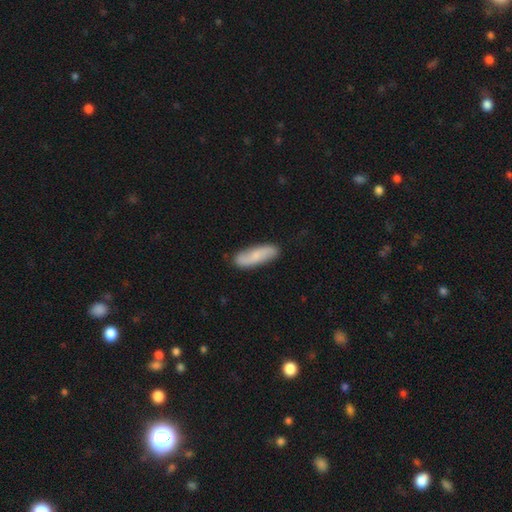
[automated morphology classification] This appears to be a smooth galaxy with no disk features (58%) that is cigar-shaped (56%). Merging: none (82%).